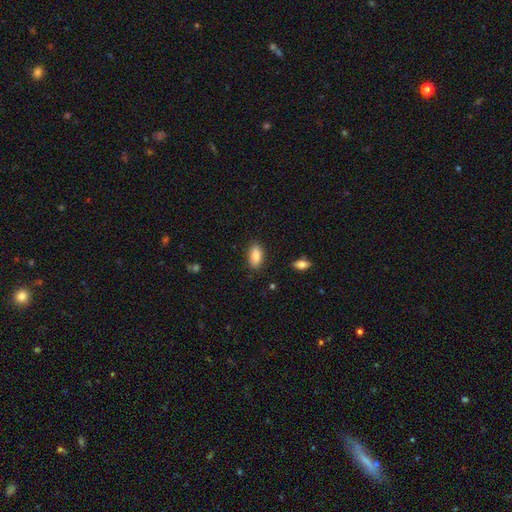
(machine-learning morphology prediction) The model was most divided on "merging": none: 85%, minor disturbance: 11%, major disturbance: 2%, merger: 2%. More confident: how rounded — in between (88%); smooth or featured — smooth (86%).